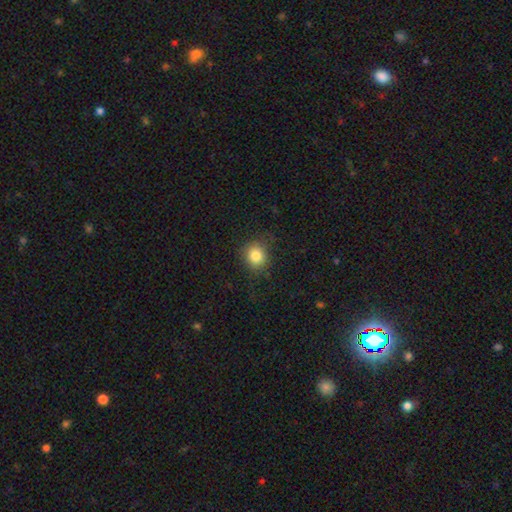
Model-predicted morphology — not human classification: smooth-or-featured: smooth: 83% | star or artifact: 11% | featured or disk: 7%
  how-rounded: round: 81% | in between: 18% | cigar-shaped: 1%
  merging: none: 83% | minor disturbance: 12% | major disturbance: 4% | merger: 1%